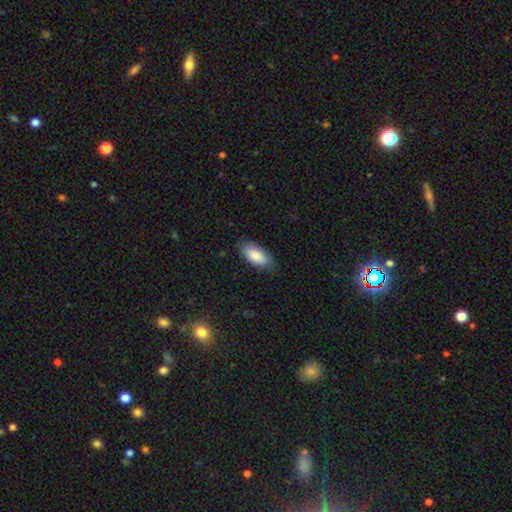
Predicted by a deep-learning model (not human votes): Morphology: type=smooth (84%); roundness=in between (90%); merging=none (80%).